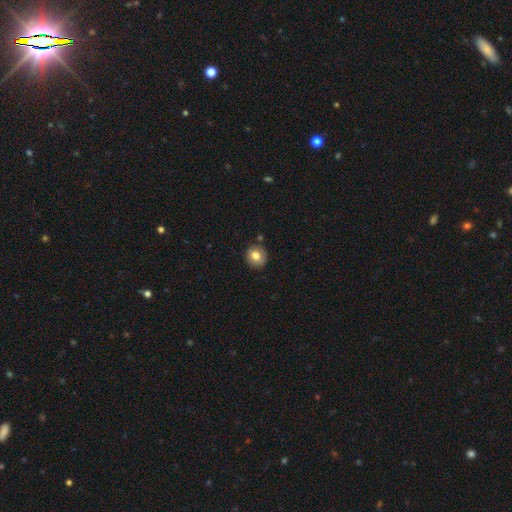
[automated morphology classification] Q: Smooth or featured?
A: smooth (77%); runner-up: featured or disk (14%)
Q: How rounded?
A: round (82%); runner-up: in between (17%)
Q: Merging?
A: none (84%); runner-up: minor disturbance (11%)